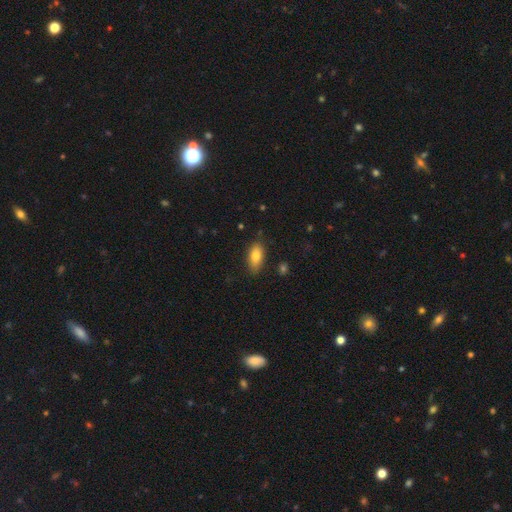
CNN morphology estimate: Q: Smooth or featured?
A: smooth (82%); runner-up: featured or disk (10%)
Q: How rounded?
A: in between (87%); runner-up: cigar-shaped (9%)
Q: Merging?
A: none (81%); runner-up: minor disturbance (14%)